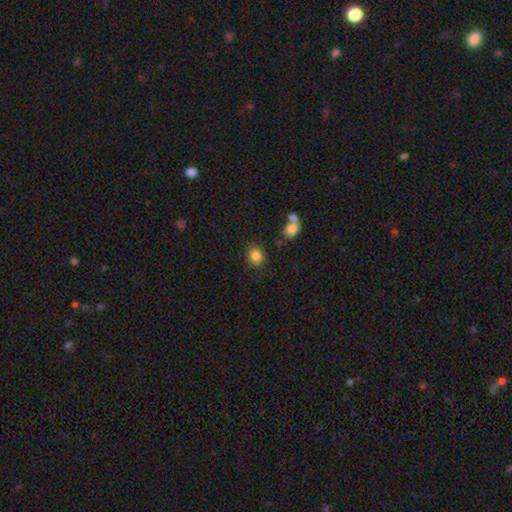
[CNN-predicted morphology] Smooth or featured? Predicted: smooth (p=0.85). How rounded? Predicted: round (p=0.64). Merging? Predicted: none (p=0.80).